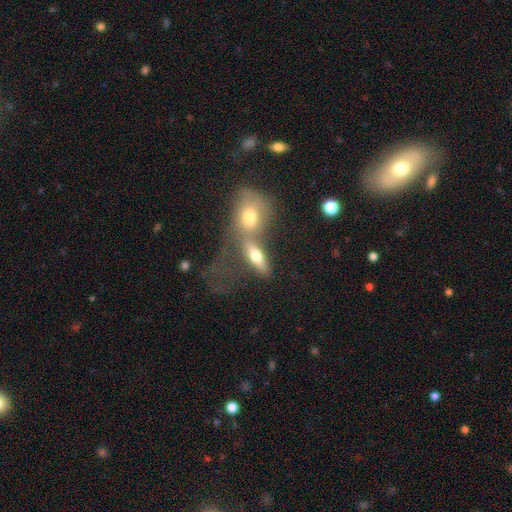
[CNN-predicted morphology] A smooth galaxy with no disk features (62%) that is in between round and cigar-shaped (68%).

Vote fractions:
- Smooth or featured? smooth: 62% / featured or disk: 28% / star or artifact: 9%
- How rounded? in between: 68% / cigar-shaped: 22% / round: 11%
- Merging? merger: 58% / none: 25% / major disturbance: 9% / minor disturbance: 9%